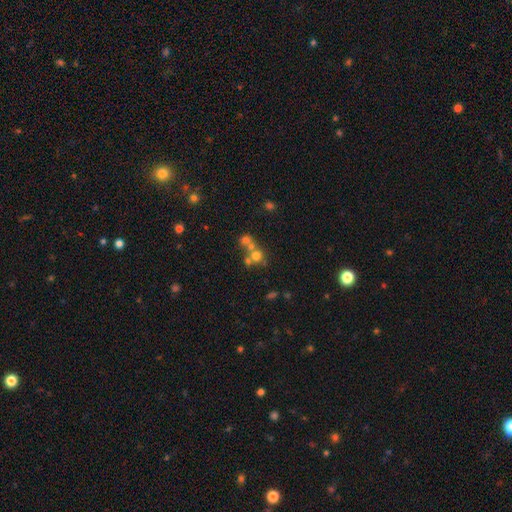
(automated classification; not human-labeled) Smooth or featured? smooth (59%)
How rounded? round (85%)
Merging? merger (47%)